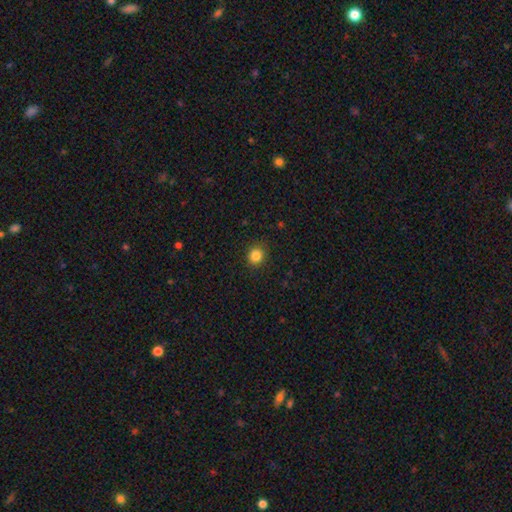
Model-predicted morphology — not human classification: Overall: smooth (84%). How rounded: round (81%). Merging: none (90%).